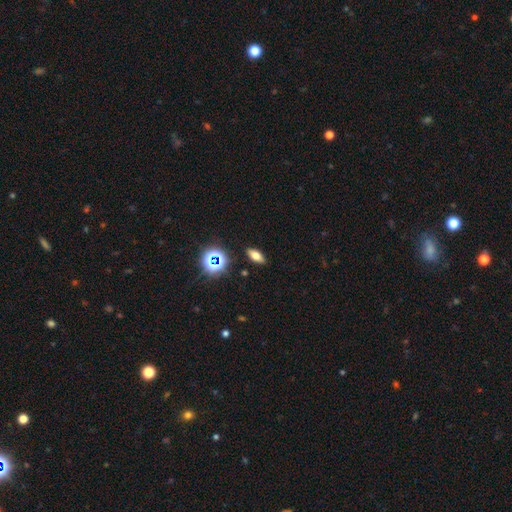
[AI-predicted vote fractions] Morphology: type=smooth (61%); roundness=in between (74%); merging=none (89%).